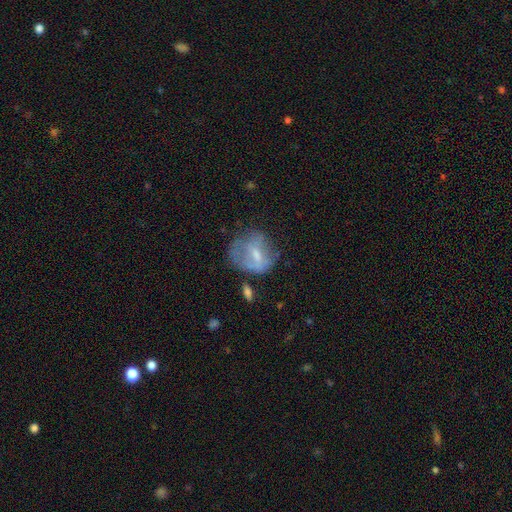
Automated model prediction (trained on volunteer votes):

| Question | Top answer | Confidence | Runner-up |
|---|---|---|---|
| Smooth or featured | smooth | 45% | tied: featured or disk (45%) |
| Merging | none | 38% | major disturbance (30%) |